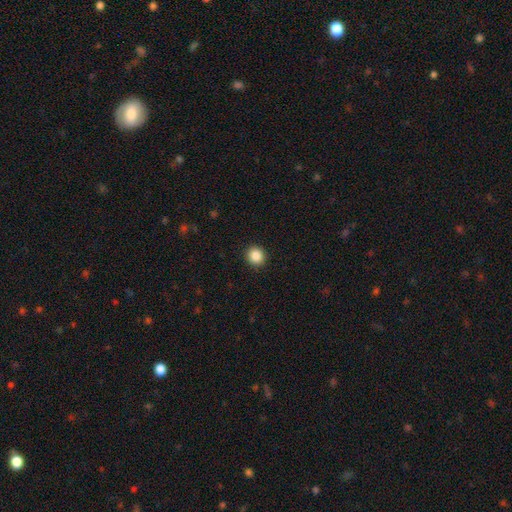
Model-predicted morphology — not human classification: Smooth or featured? Predicted: smooth (p=0.88). How rounded? Predicted: round (p=0.88). Merging? Predicted: none (p=0.92).